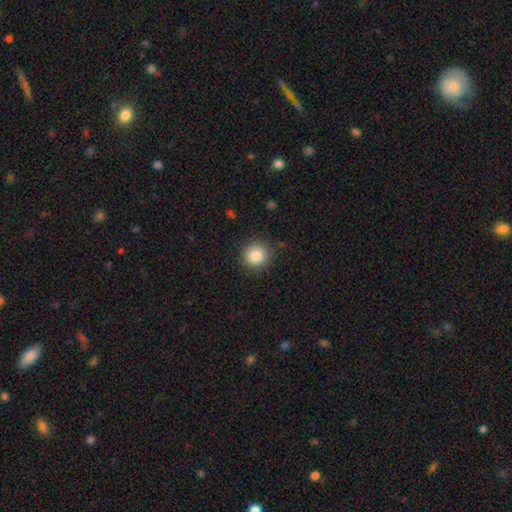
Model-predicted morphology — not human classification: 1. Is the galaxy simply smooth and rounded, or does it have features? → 85% smooth, 10% star or artifact, 5% featured or disk.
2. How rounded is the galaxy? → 93% round, 6% in between, 1% cigar-shaped.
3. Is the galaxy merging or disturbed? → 89% none, 8% minor disturbance, 3% major disturbance, 1% merger.